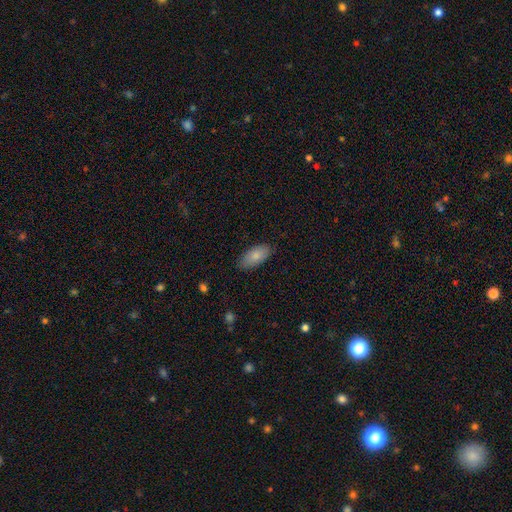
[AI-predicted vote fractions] Smooth or featured? Predicted: smooth (p=0.83). How rounded? Predicted: in between (p=0.92). Merging? Predicted: none (p=0.85).